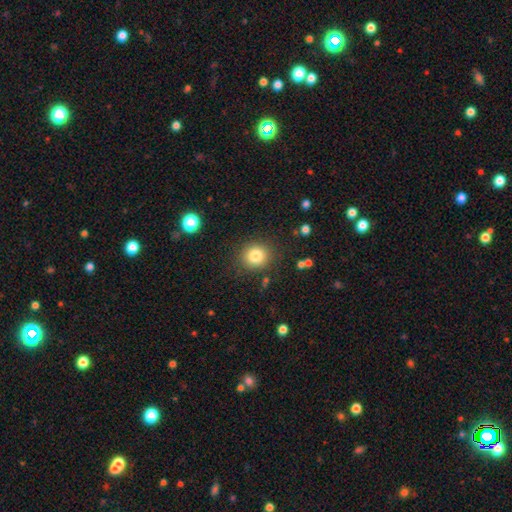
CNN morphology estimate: smooth-or-featured: smooth: 82% | star or artifact: 11% | featured or disk: 7%
  how-rounded: round: 85% | in between: 14% | cigar-shaped: 1%
  merging: none: 86% | minor disturbance: 8% | major disturbance: 3% | merger: 2%